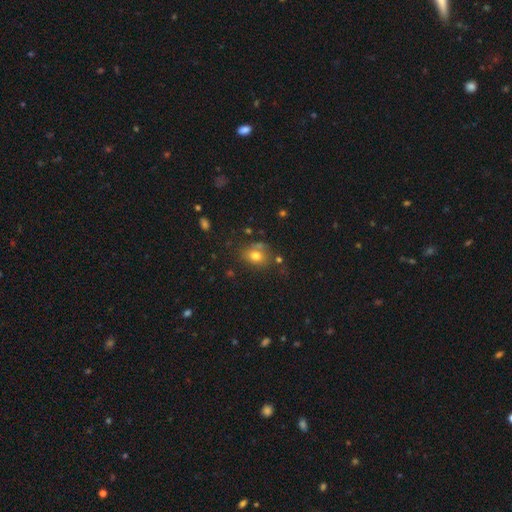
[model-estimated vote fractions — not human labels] Smooth or featured?
  - smooth: 76% *
  - featured or disk: 12%
  - star or artifact: 12%
How rounded?
  - in between: 57% *
  - round: 42%
  - cigar-shaped: 1%
Merging?
  - none: 63% *
  - minor disturbance: 21%
  - merger: 9%
  - major disturbance: 8%